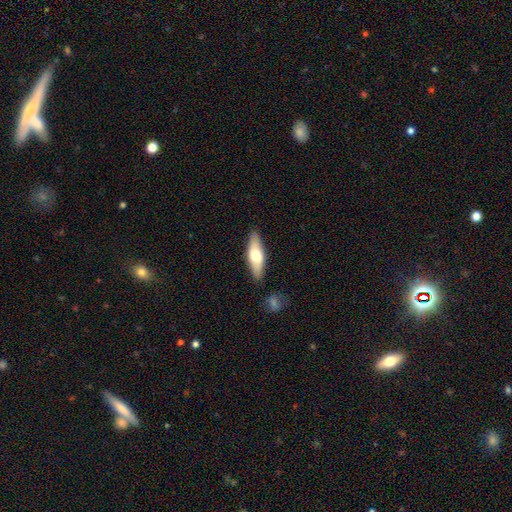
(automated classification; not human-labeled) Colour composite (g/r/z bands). It shows a smooth galaxy with no disk features (57%) that is in between round and cigar-shaped (56%). Merging: none (85%).